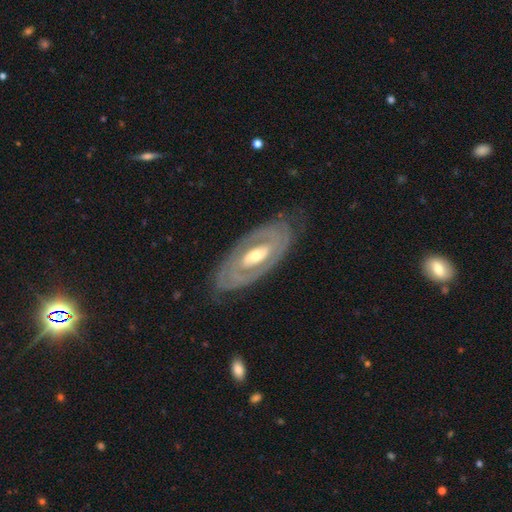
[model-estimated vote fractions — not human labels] smooth_or_featured: featured or disk (p=0.81) [alt: smooth p=0.14]
disk_edge_on: no (p=0.91) [alt: yes p=0.09]
bar: no (p=0.49) [alt: weak p=0.29]
has_spiral_arms: yes (p=0.72) [alt: no p=0.28]
spiral_winding: tight (p=0.72) [alt: medium p=0.21]
spiral_arm_count: 2 (p=0.48) [alt: can't tell p=0.35]
bulge_size: moderate (p=0.58) [alt: small p=0.33]
merging: none (p=0.76) [alt: minor disturbance p=0.16]